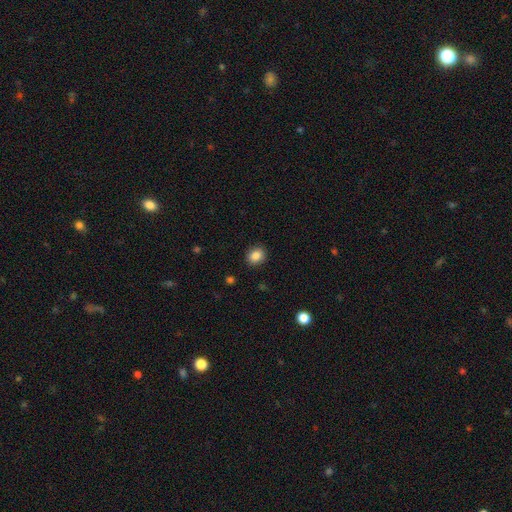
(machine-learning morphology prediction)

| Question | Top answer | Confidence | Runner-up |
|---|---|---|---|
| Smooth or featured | smooth | 86% | star or artifact (9%) |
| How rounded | round | 68% | in between (32%) |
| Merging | none | 90% | minor disturbance (7%) |